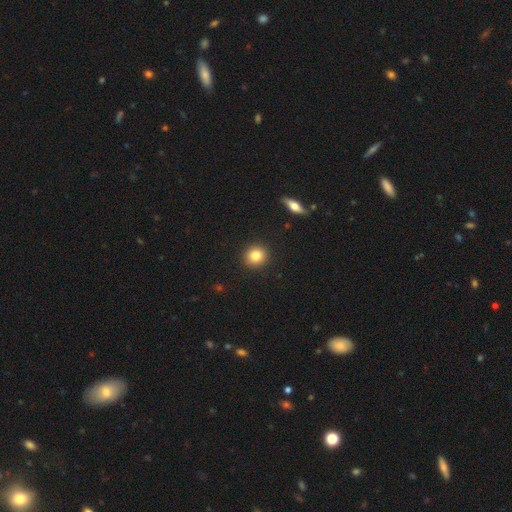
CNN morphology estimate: This appears to be a smooth galaxy with no disk features (83%) that is round (90%). Merging: none (92%).